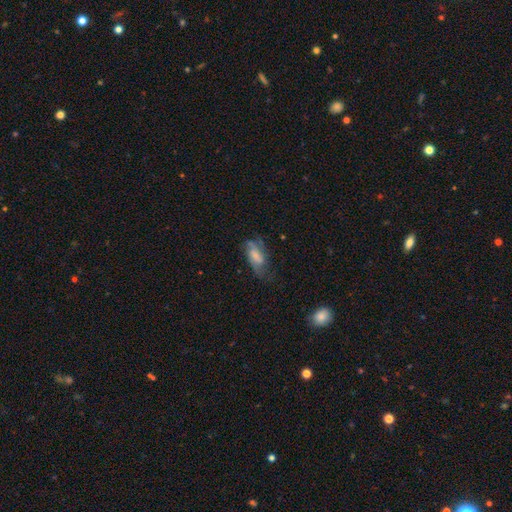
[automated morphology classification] Smooth or featured?
  - featured or disk: 50% *
  - smooth: 42%
  - star or artifact: 8%
Edge-on disk?
  - no: 92% *
  - yes: 8%
Merging?
  - none: 49% *
  - minor disturbance: 27%
  - major disturbance: 22%
  - merger: 2%